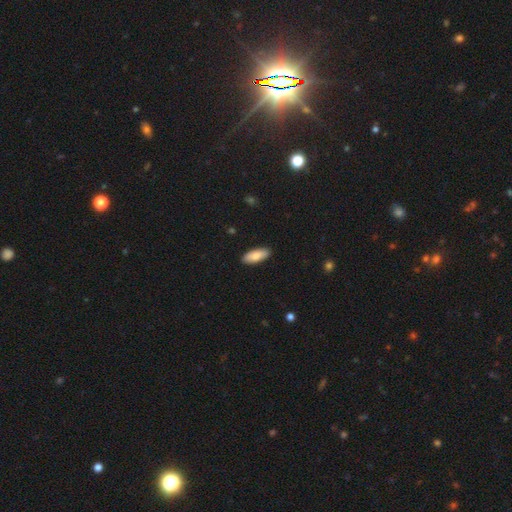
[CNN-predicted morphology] Overall: smooth (85%). How rounded: in between (79%). Merging: none (90%).